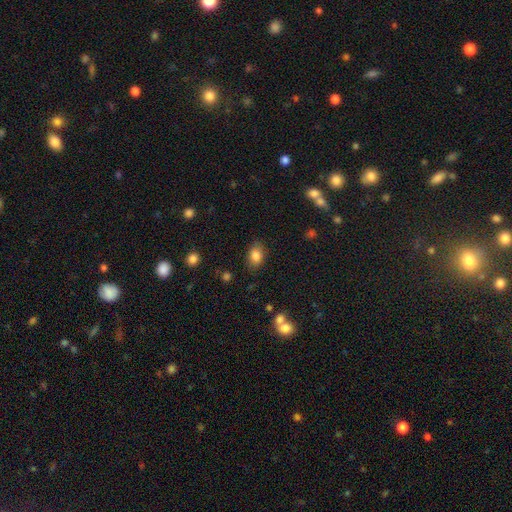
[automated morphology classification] A smooth galaxy with no disk features (84%) that is in between round and cigar-shaped (84%).

Vote fractions:
- Smooth or featured? smooth: 84% / star or artifact: 9% / featured or disk: 7%
- How rounded? in between: 84% / round: 14% / cigar-shaped: 2%
- Merging? none: 81% / minor disturbance: 13% / major disturbance: 3% / merger: 2%